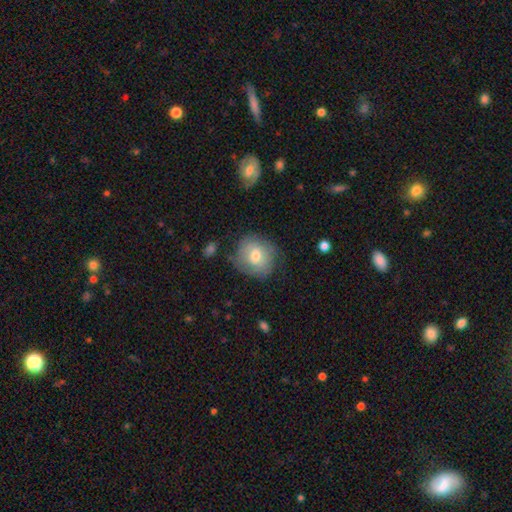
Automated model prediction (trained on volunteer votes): Morphology: type=smooth (62%); roundness=round (79%); merging=none (69%).